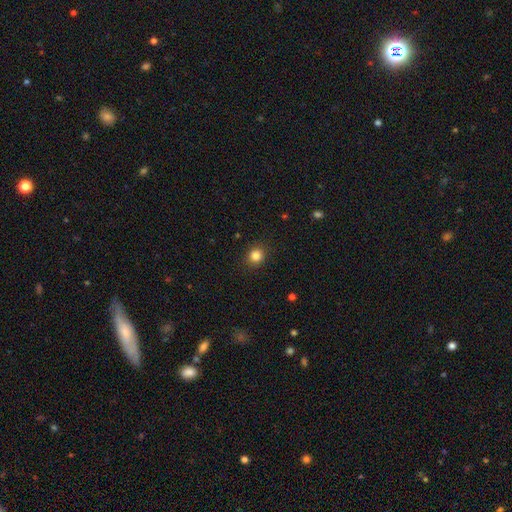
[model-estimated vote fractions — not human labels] A smooth galaxy with no disk features (84%) that is round (85%).

Vote fractions:
- Smooth or featured? smooth: 84% / star or artifact: 12% / featured or disk: 4%
- How rounded? round: 85% / in between: 14% / cigar-shaped: 1%
- Merging? none: 90% / minor disturbance: 7% / major disturbance: 2% / merger: 1%